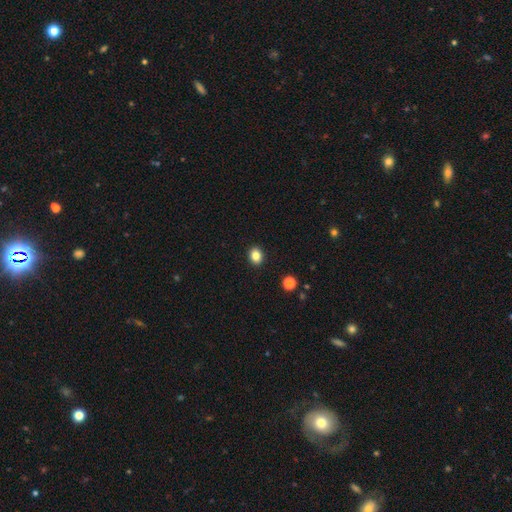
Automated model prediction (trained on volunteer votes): Overall: smooth (84%). How rounded: round (50%; in between 49%). Merging: none (92%).